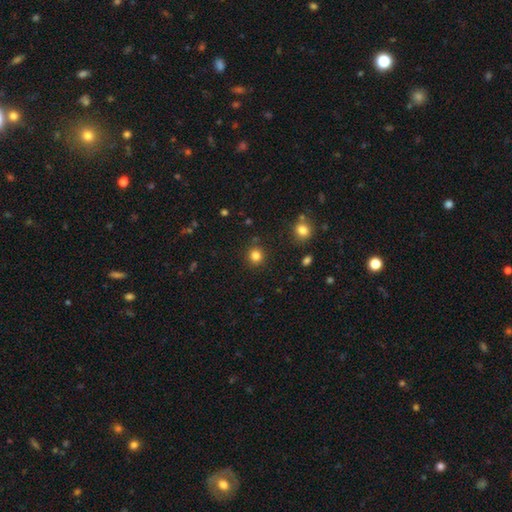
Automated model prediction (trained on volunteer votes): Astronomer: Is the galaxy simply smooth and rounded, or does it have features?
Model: smooth — 83%.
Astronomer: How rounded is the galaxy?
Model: round — 92%.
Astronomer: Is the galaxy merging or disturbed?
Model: none — 89%.